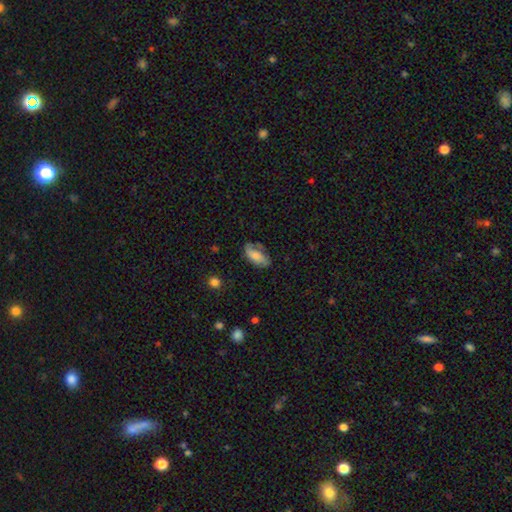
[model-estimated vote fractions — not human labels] Overall: smooth (66%; featured or disk 27%). How rounded: in between (89%). Merging: none (59%; minor disturbance 28%).